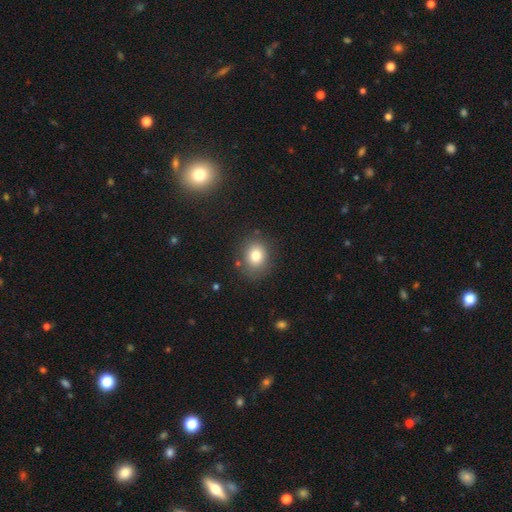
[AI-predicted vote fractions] Smooth or featured? Predicted: smooth (p=0.79). How rounded? Predicted: round (p=0.64). Merging? Predicted: none (p=0.81).